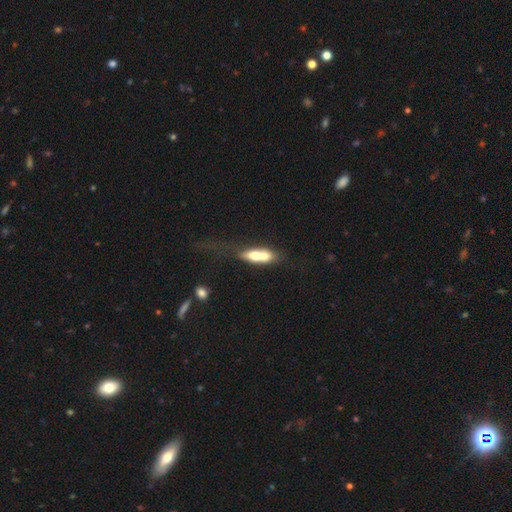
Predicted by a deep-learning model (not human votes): This is possibly a smooth galaxy (59%). How rounded: possibly in between (59%). Merging: possibly merger (56%).